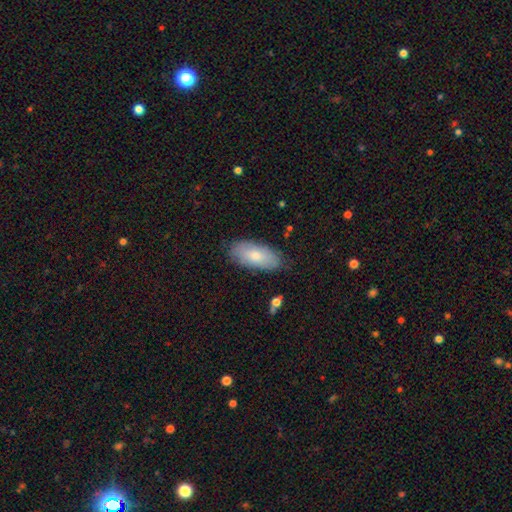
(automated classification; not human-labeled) smooth-or-featured: smooth: 74% | featured or disk: 20% | star or artifact: 6%
  how-rounded: in between: 90% | cigar-shaped: 7% | round: 2%
  merging: none: 81% | minor disturbance: 15% | major disturbance: 3% | merger: 1%